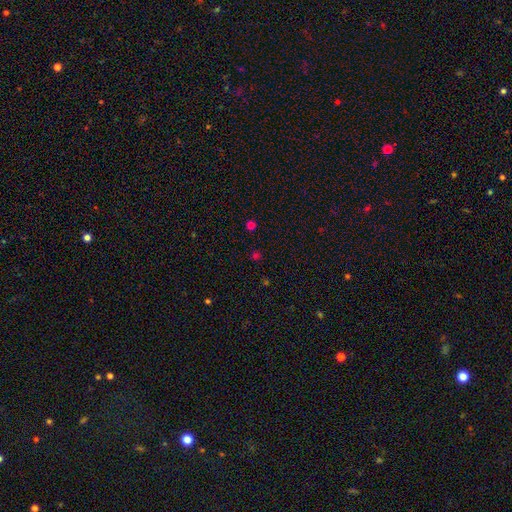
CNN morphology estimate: smooth 53%, star or artifact 42%, featured or disk 5%. Down the decision tree: how rounded — round (88%); merging — none (86%).